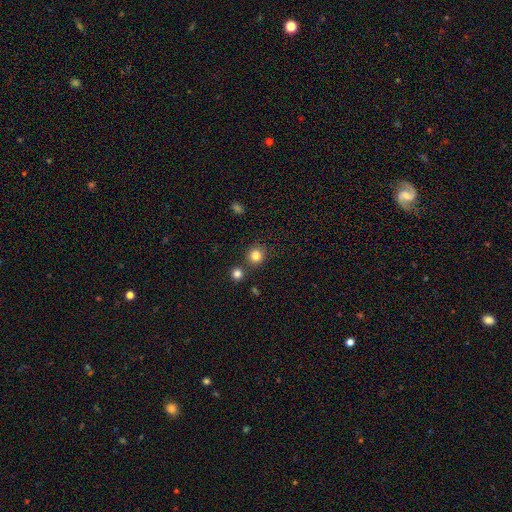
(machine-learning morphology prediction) smooth_or_featured: smooth (p=0.83) [alt: star or artifact p=0.12]
how_rounded: round (p=0.89) [alt: in between p=0.10]
merging: none (p=0.80) [alt: merger p=0.09]